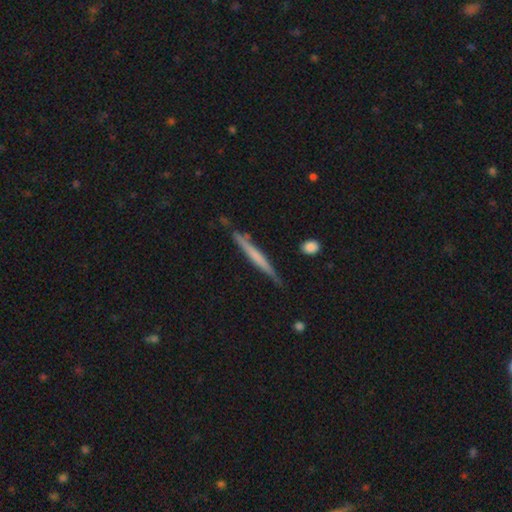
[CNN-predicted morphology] This is possibly a featured or disk galaxy (49%). Merging: clearly none (81%).